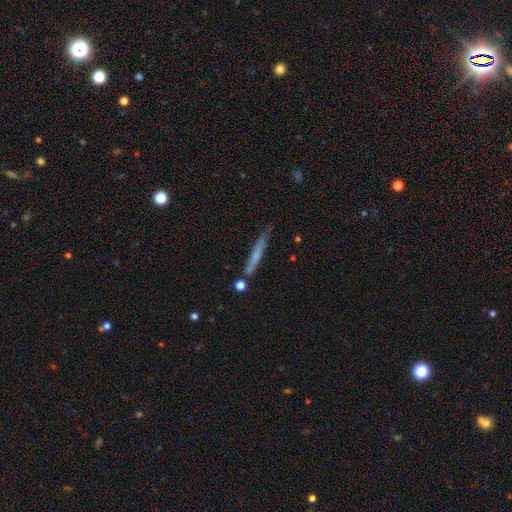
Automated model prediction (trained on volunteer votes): A smooth galaxy with no disk features (58%) that is cigar-shaped (95%). Merging: none (73%).